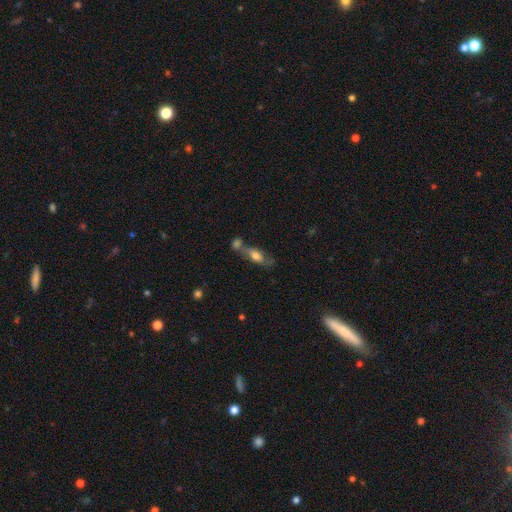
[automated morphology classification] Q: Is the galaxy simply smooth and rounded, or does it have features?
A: smooth — 60%.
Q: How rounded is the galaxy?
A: in between — 67%.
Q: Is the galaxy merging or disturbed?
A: merger — 45%.